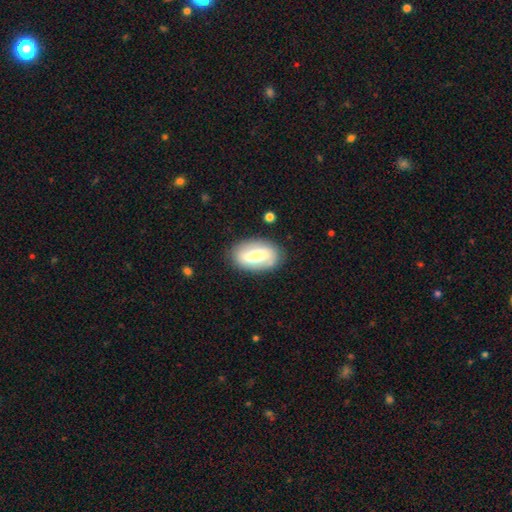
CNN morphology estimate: A smooth galaxy with no disk features (55%) that is in between round and cigar-shaped (90%).

Vote fractions:
- Smooth or featured? smooth: 55% / featured or disk: 38% / star or artifact: 7%
- How rounded? in between: 90% / round: 6% / cigar-shaped: 4%
- Merging? none: 81% / minor disturbance: 13% / major disturbance: 4% / merger: 2%